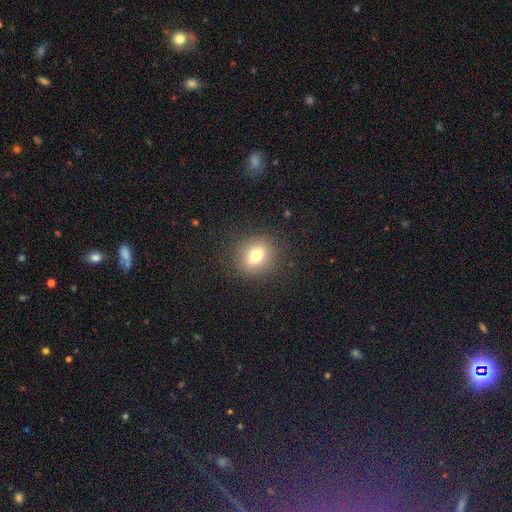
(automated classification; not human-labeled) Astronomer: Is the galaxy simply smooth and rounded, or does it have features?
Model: smooth — 72%.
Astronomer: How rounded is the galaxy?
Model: round — 66%.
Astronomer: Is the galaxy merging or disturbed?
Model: none — 87%.